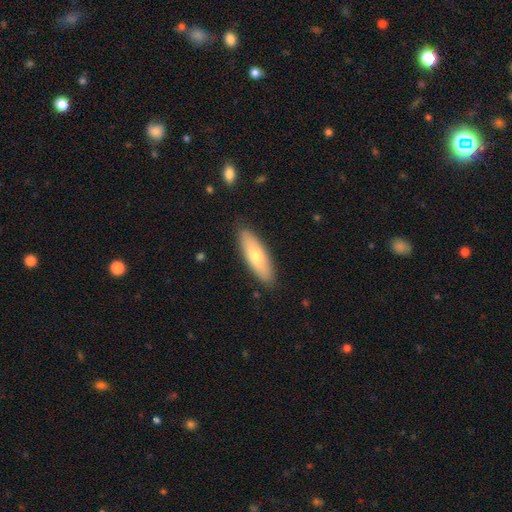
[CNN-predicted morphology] Smooth or featured? Predicted: smooth (p=0.68). How rounded? Predicted: in between (p=0.51). Merging? Predicted: none (p=0.87).